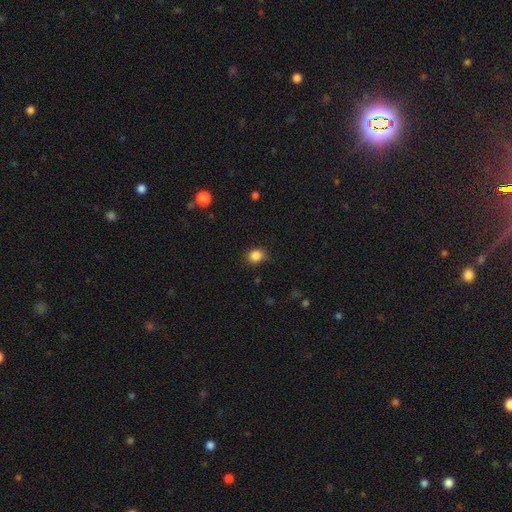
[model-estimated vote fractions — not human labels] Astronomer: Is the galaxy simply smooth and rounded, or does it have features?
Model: smooth — 85%.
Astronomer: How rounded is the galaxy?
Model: round — 61% (runner-up: in between, 38%).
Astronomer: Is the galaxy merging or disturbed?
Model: none — 80%.